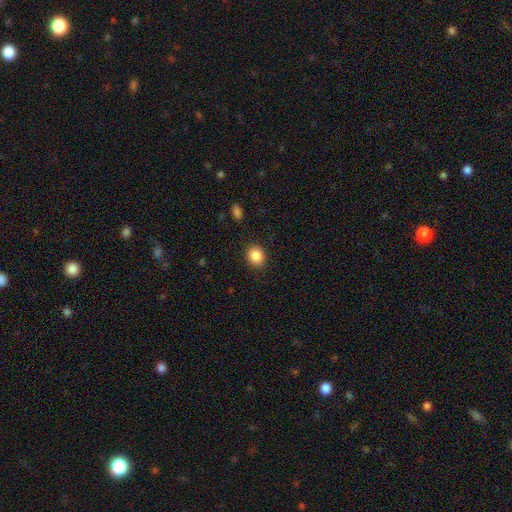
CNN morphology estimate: Smooth or featured? smooth (87%)
How rounded? round (61%)
Merging? none (89%)